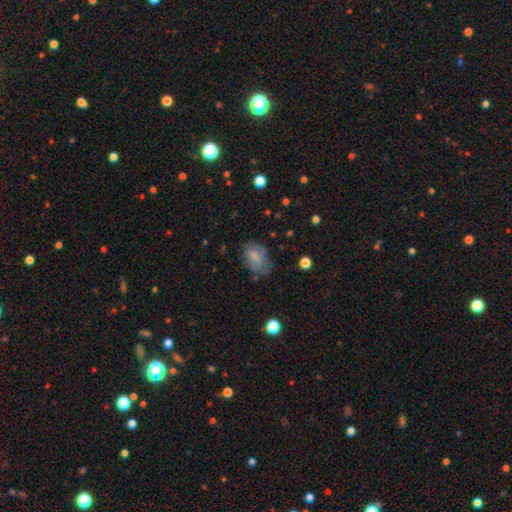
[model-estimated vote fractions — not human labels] The model was most divided on "merging": none: 59%, minor disturbance: 27%, major disturbance: 12%, merger: 2%. More confident: how rounded — in between (85%); smooth or featured — smooth (76%).